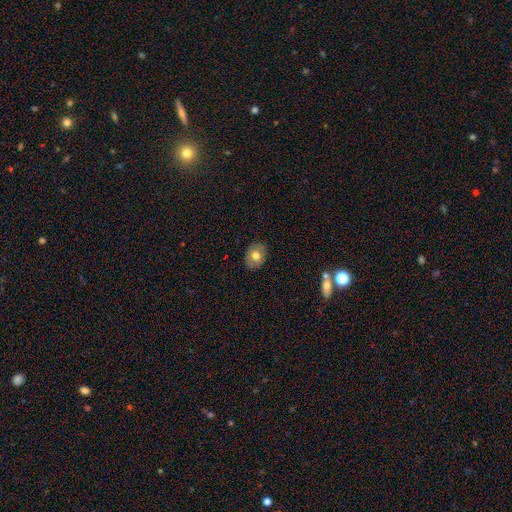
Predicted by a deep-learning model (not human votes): This appears to be a smooth galaxy with no disk features (69%) that is in between round and cigar-shaped (62%). Merging: none (86%).